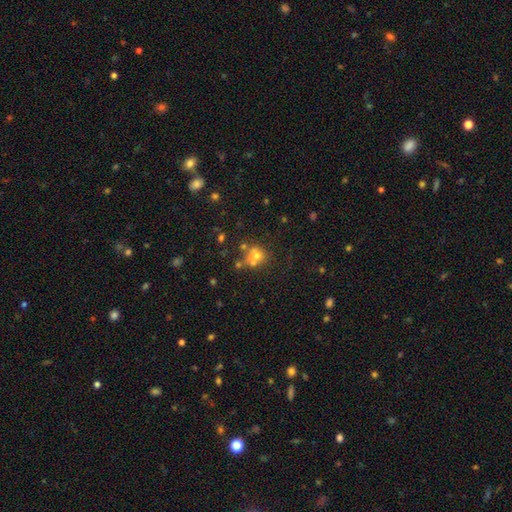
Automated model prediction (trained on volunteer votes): The model was most divided on "merging": none: 49%, merger: 34%, minor disturbance: 11%, major disturbance: 6%. More confident: how rounded — round (81%); smooth or featured — smooth (59%).